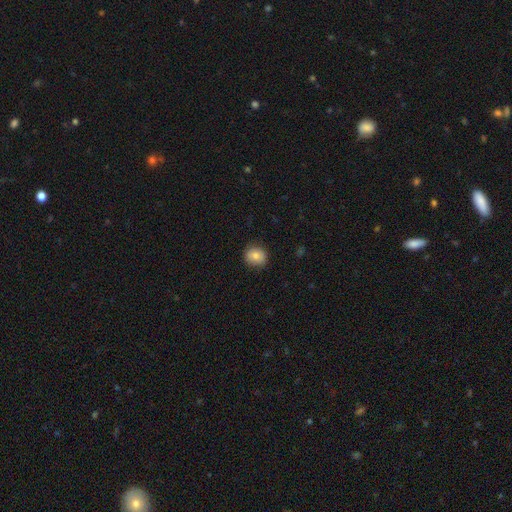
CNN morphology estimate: The model was most divided on "how rounded": round: 77%, in between: 22%, cigar-shaped: 1%. More confident: merging — none (86%); smooth or featured — smooth (81%).